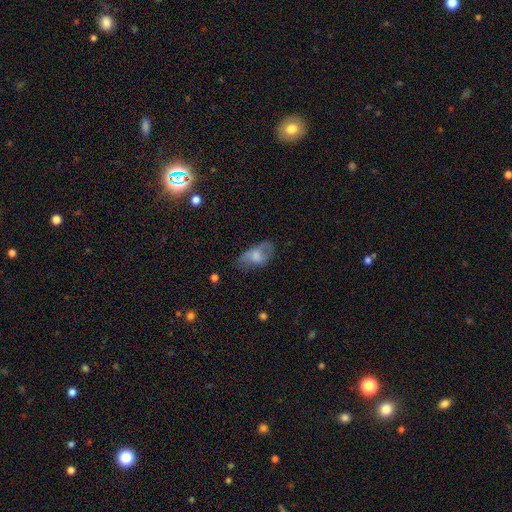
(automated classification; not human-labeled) Smooth or featured: smooth — 60% (featured or disk — 31%)
How rounded: in between — 90% (round — 7%)
Merging: none — 42% (minor disturbance — 30%)